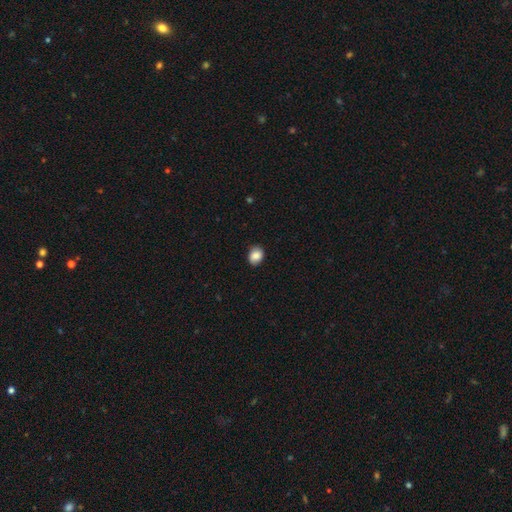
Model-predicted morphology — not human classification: smooth 86%, star or artifact 8%, featured or disk 6%. Down the decision tree: how rounded — in between (57%); merging — none (84%).